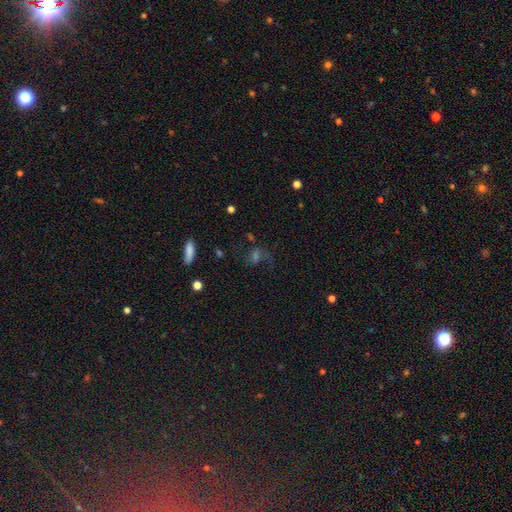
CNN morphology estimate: Smooth or featured: featured or disk — 45% (star or artifact — 28%)
Merging: none — 57% (major disturbance — 22%)